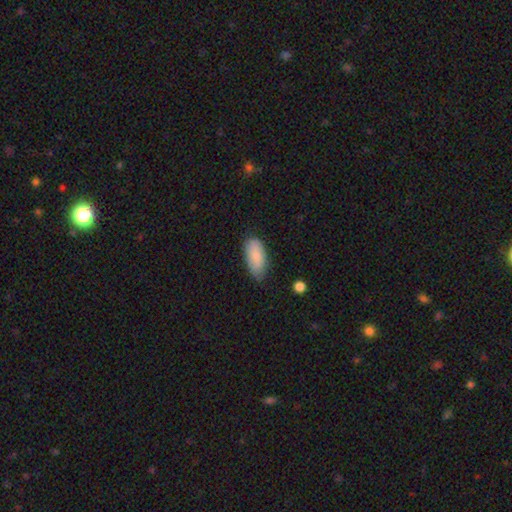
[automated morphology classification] A smooth galaxy with no disk features (86%) that is in between round and cigar-shaped (90%). Merging: none (72%).